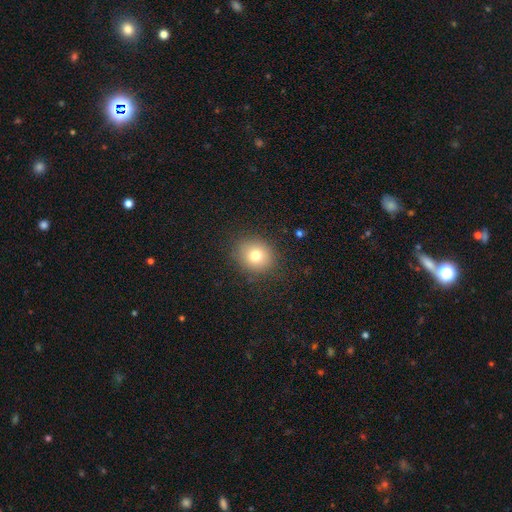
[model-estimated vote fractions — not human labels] Smooth or featured: smooth — 77% (star or artifact — 13%)
How rounded: round — 77% (in between — 22%)
Merging: none — 87% (minor disturbance — 9%)